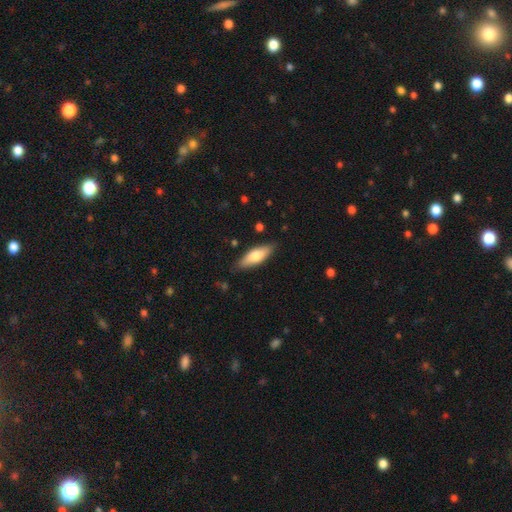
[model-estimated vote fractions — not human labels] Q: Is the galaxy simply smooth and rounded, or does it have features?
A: smooth — 69%.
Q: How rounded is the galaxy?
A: in between — 60%.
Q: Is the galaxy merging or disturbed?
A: none — 84%.